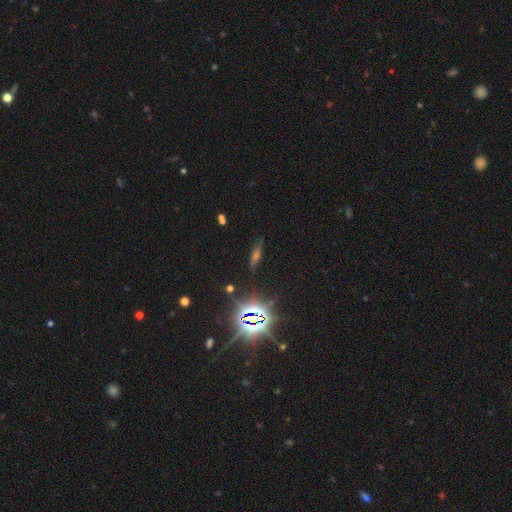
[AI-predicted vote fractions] This appears to be a star or artifact, not a galaxy (47%).